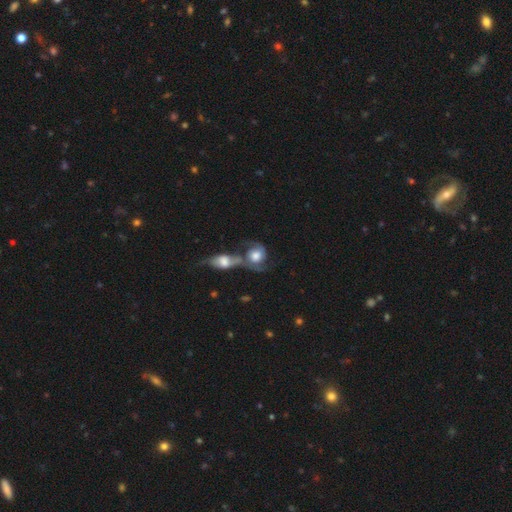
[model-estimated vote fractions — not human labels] Q: Smooth or featured?
A: featured or disk (59%); runner-up: smooth (34%)
Q: Edge-on disk?
A: no (95%); runner-up: yes (5%)
Q: Bar?
A: no (75%); runner-up: weak (21%)
Q: Spiral arms?
A: yes (84%); runner-up: no (16%)
Q: Bulge size?
A: large (48%); runner-up: moderate (33%)
Q: Merging?
A: merger (68%); runner-up: none (16%)